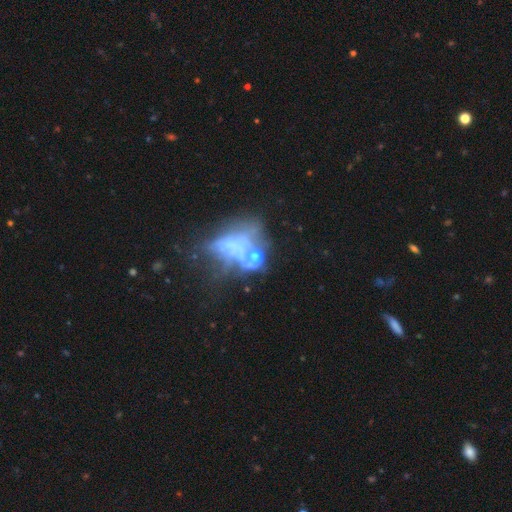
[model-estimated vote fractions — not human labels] featured or disk 50%, smooth 26%, star or artifact 24%. Down the decision tree: edge-on disk — no (95%); merging — major disturbance (35%, tied with merger).